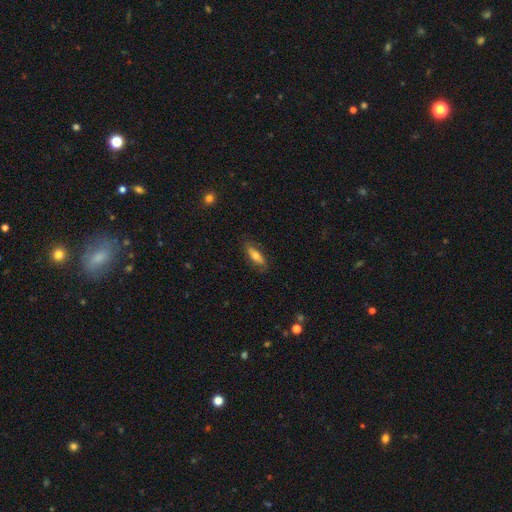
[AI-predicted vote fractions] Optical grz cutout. It shows a smooth galaxy with no disk features (60%) that is in between round and cigar-shaped (56%). Merging: none (80%).